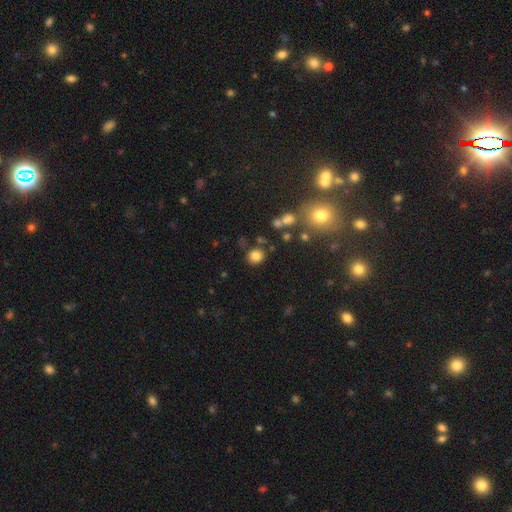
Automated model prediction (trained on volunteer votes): smooth-or-featured: smooth: 81% | star or artifact: 13% | featured or disk: 6%
  how-rounded: round: 86% | in between: 13% | cigar-shaped: 1%
  merging: none: 79% | minor disturbance: 10% | merger: 6% | major disturbance: 4%